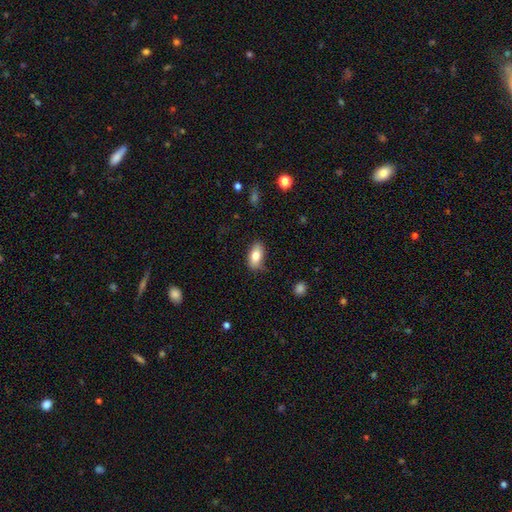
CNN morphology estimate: smooth_or_featured: smooth (p=0.81) [alt: featured or disk p=0.12]
how_rounded: in between (p=0.90) [alt: cigar-shaped p=0.06]
merging: none (p=0.78) [alt: minor disturbance p=0.17]